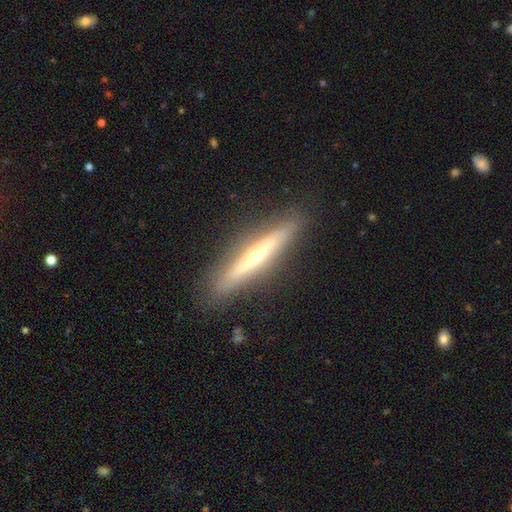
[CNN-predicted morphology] smooth-or-featured: featured or disk: 71% | smooth: 23% | star or artifact: 6%
  disk-edge-on: yes: 93% | no: 7%
    edge-on-bulge: rounded: 79% | none: 18% | boxy: 3%
  merging: none: 88% | minor disturbance: 9% | major disturbance: 2% | merger: 1%